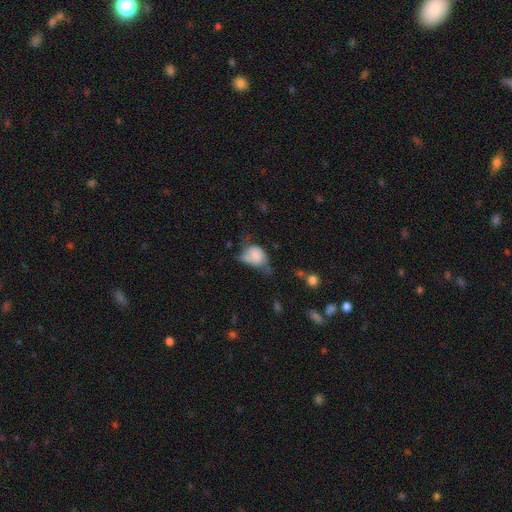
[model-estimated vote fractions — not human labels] A smooth galaxy with no disk features (65%) that is in between round and cigar-shaped (67%).

Vote fractions:
- Smooth or featured? smooth: 65% / featured or disk: 26% / star or artifact: 10%
- How rounded? in between: 67% / round: 31% / cigar-shaped: 1%
- Merging? major disturbance: 35% / minor disturbance: 32% / none: 20% / merger: 13%